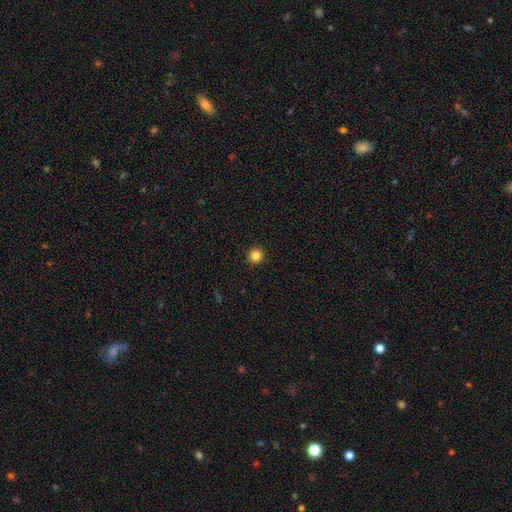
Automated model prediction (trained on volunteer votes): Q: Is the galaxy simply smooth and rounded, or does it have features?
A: smooth — 85%.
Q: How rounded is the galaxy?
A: round — 95%.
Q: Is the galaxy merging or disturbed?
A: none — 93%.